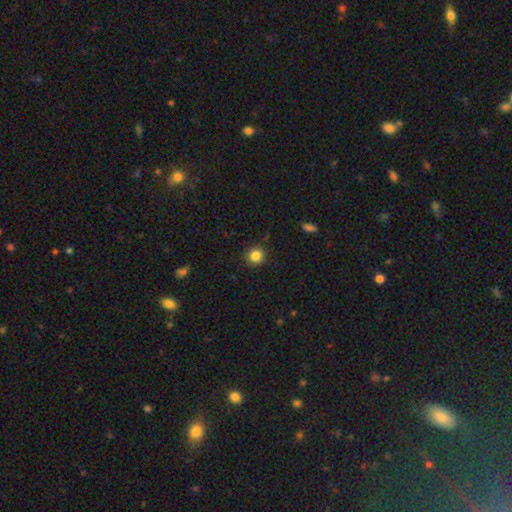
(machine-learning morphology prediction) Smooth or featured? smooth (85%)
How rounded? round (91%)
Merging? none (90%)